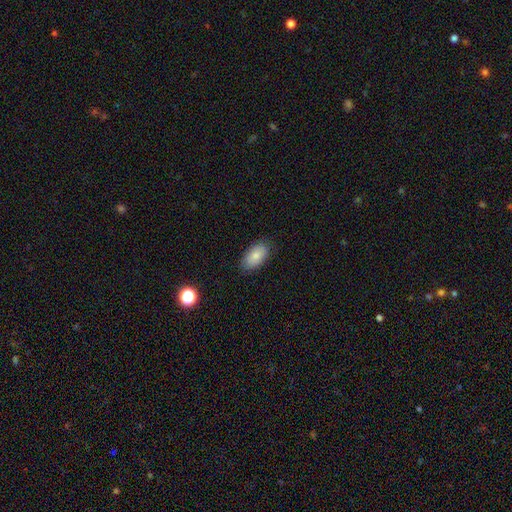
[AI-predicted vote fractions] Smooth or featured? smooth (83%)
How rounded? in between (94%)
Merging? none (84%)